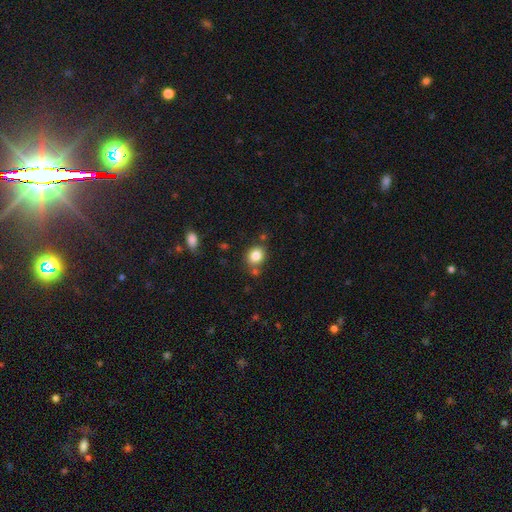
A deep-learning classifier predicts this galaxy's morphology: Q: Smooth or featured?
A: smooth (83%); runner-up: star or artifact (10%)
Q: How rounded?
A: round (62%); runner-up: in between (38%)
Q: Merging?
A: none (74%); runner-up: minor disturbance (13%)